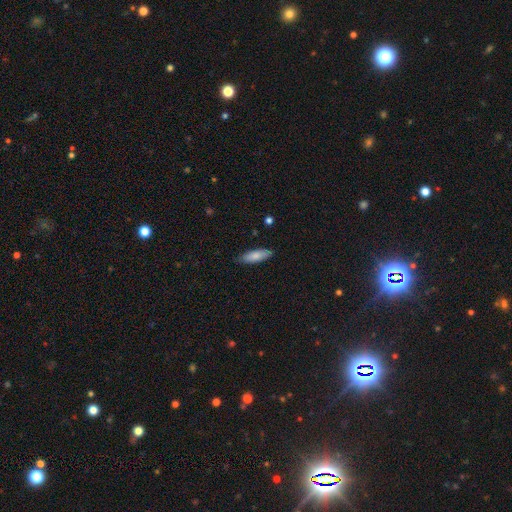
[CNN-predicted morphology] smooth-or-featured: smooth: 81% | featured or disk: 14% | star or artifact: 6%
  how-rounded: in between: 50% | cigar-shaped: 49% | round: 2%
  merging: none: 84% | minor disturbance: 13% | major disturbance: 2% | merger: 1%